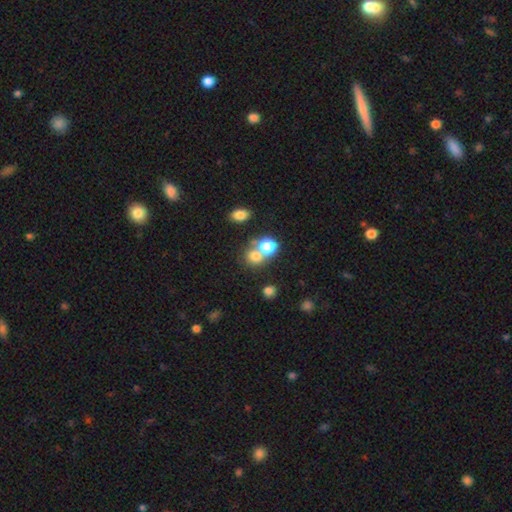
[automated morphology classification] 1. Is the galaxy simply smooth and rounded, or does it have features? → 73% smooth, 17% star or artifact, 10% featured or disk.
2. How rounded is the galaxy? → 78% round, 21% in between, 1% cigar-shaped.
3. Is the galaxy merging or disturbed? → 46% none, 42% merger, 7% minor disturbance, 4% major disturbance.